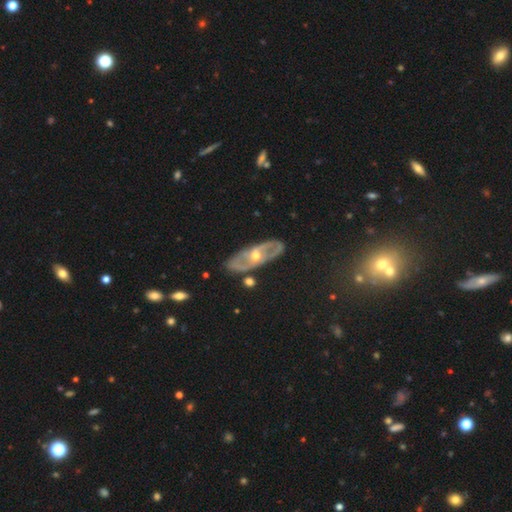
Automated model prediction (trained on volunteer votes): Morphology: type=featured or disk (78%); edge-on=no (82%); bar=no (60%); spiral arms=yes (53%); bulge=moderate (60%); merging=none (80%).